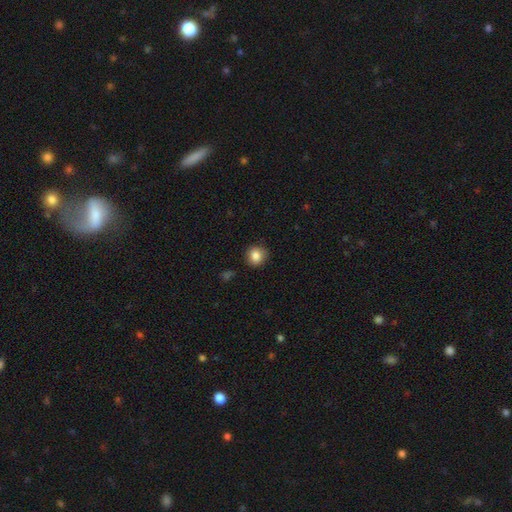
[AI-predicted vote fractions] smooth-or-featured: smooth: 85% | star or artifact: 9% | featured or disk: 6%
  how-rounded: round: 85% | in between: 14% | cigar-shaped: 1%
  merging: none: 87% | minor disturbance: 10% | major disturbance: 2% | merger: 1%